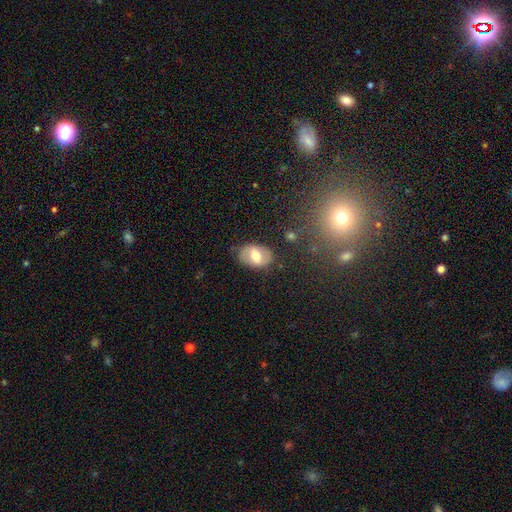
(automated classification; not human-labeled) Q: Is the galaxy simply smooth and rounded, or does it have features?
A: smooth — 53%.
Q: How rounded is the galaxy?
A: in between — 83%.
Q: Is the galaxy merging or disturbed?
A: none — 79%.